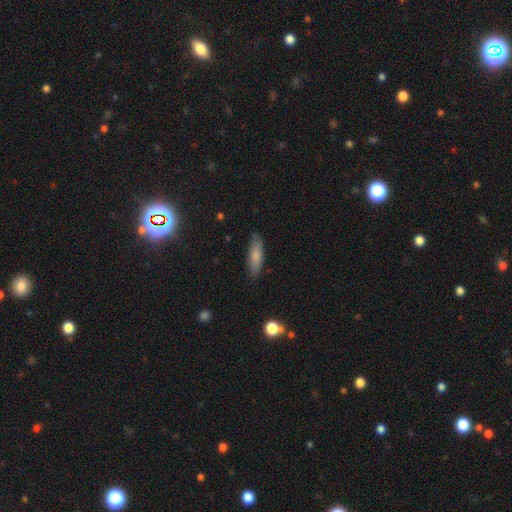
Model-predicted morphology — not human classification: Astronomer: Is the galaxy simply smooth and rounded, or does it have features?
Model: smooth — 80%.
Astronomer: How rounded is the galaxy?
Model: cigar-shaped — 53% (runner-up: in between, 45%).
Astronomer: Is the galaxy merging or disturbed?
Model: none — 85%.